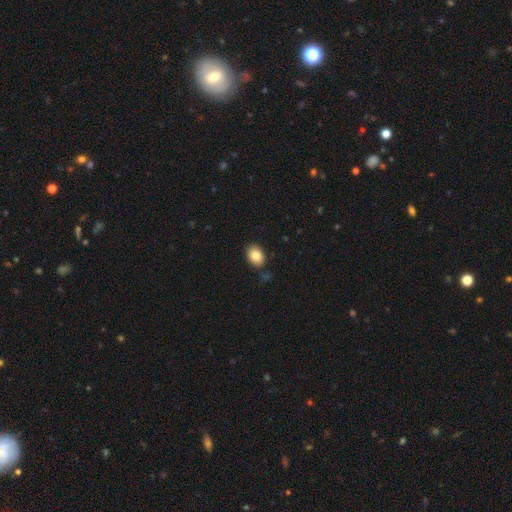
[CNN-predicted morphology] smooth-or-featured: smooth: 84% | star or artifact: 8% | featured or disk: 8%
  how-rounded: in between: 70% | round: 29% | cigar-shaped: 1%
  merging: none: 85% | minor disturbance: 11% | merger: 2% | major disturbance: 2%